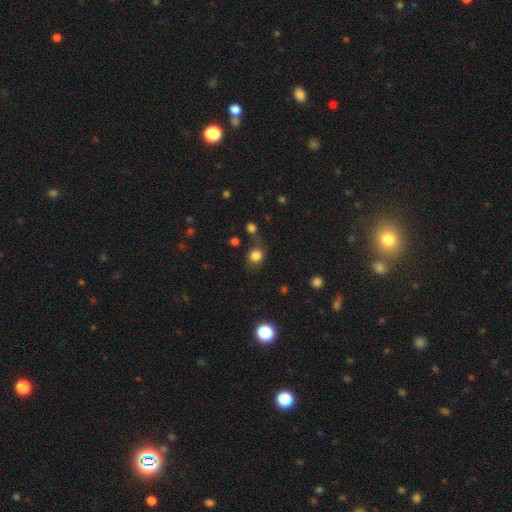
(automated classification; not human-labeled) smooth 81%, star or artifact 13%, featured or disk 6%. Down the decision tree: how rounded — round (76%); merging — none (67%).